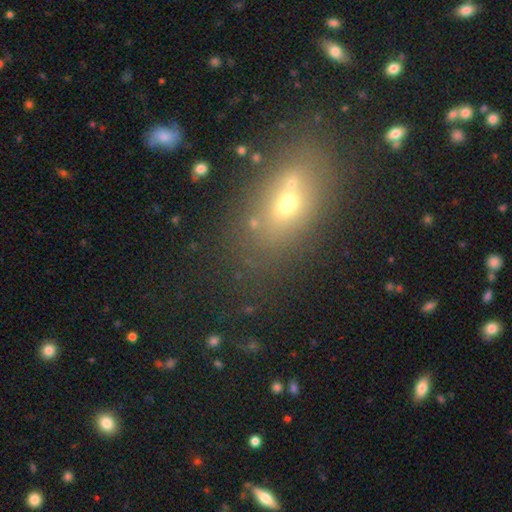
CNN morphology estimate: Smooth or featured? smooth (53%)
How rounded? in between (72%)
Merging? none (68%)